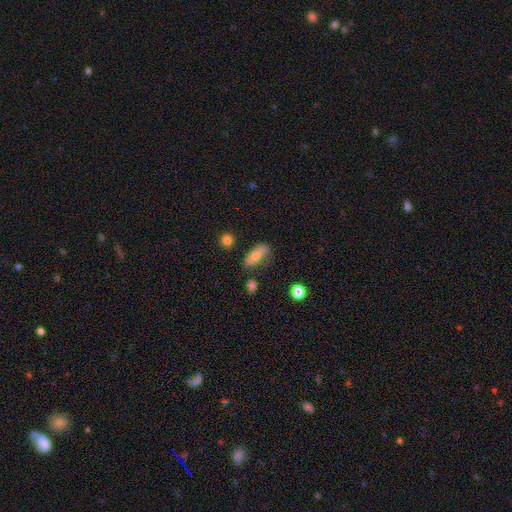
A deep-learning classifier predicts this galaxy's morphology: Smooth or featured: smooth — 66% (featured or disk — 26%)
How rounded: in between — 75% (cigar-shaped — 21%)
Merging: none — 67% (minor disturbance — 22%)